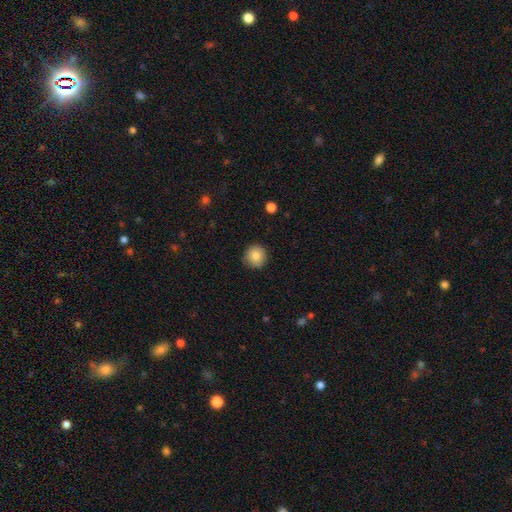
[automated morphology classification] This appears to be a smooth galaxy with no disk features (82%) that is round (93%). Merging: none (87%).